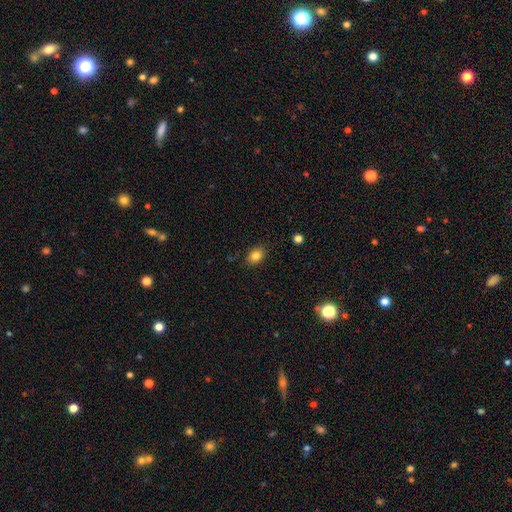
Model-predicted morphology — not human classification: smooth_or_featured: smooth (p=0.84) [alt: star or artifact p=0.10]
how_rounded: in between (p=0.66) [alt: round p=0.33]
merging: none (p=0.84) [alt: minor disturbance p=0.12]